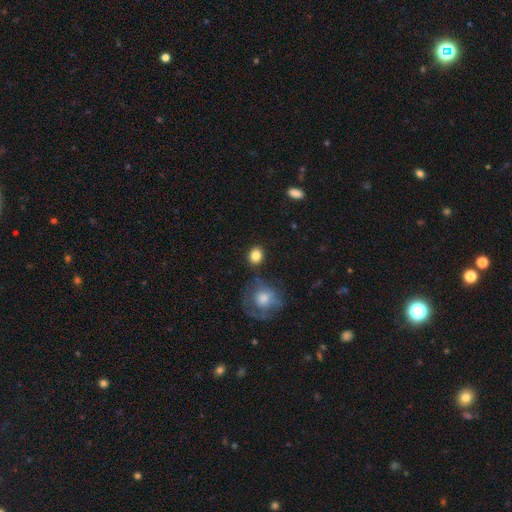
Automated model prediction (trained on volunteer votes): This appears to be a smooth galaxy with no disk features (84%) that is round (74%). Merging: none (83%).